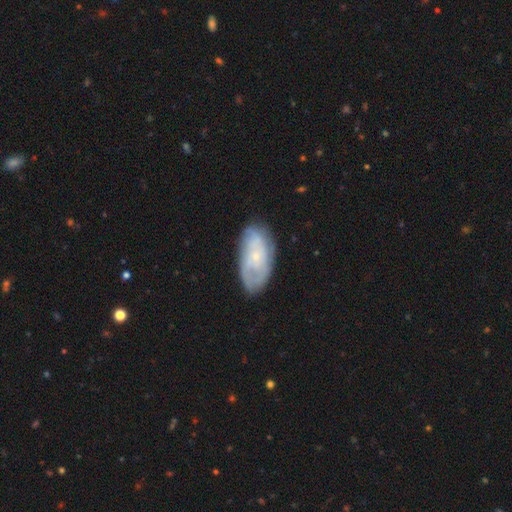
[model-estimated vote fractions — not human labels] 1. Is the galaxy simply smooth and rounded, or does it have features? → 59% featured or disk, 34% smooth, 7% star or artifact.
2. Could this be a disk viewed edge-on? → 93% no, 7% yes.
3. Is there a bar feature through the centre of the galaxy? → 80% no, 17% weak, 3% strong.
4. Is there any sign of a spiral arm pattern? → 74% yes, 26% no.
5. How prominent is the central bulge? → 79% small, 16% moderate, 4% none, 1% large, 1% dominant.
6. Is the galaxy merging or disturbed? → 73% none, 20% minor disturbance, 6% major disturbance, 2% merger.